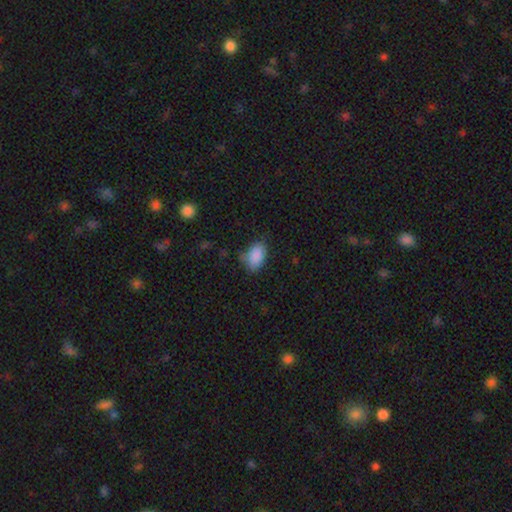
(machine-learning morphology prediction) smooth_or_featured: smooth (p=0.87) [alt: star or artifact p=0.08]
how_rounded: in between (p=0.90) [alt: round p=0.09]
merging: none (p=0.68) [alt: minor disturbance p=0.23]